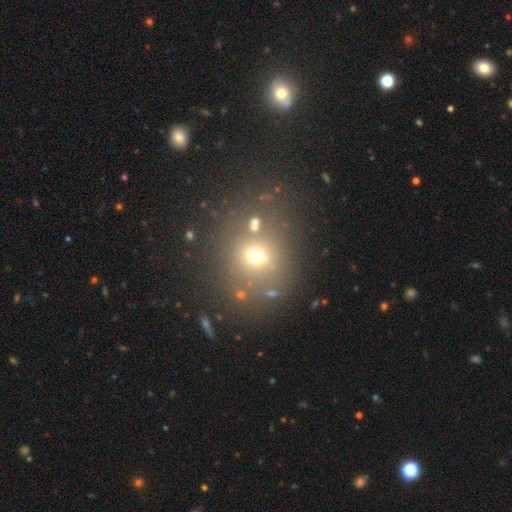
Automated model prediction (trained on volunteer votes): Smooth or featured?
  - smooth: 63% *
  - star or artifact: 23%
  - featured or disk: 14%
How rounded?
  - round: 78% *
  - in between: 20%
  - cigar-shaped: 1%
Merging?
  - none: 71% *
  - minor disturbance: 12%
  - merger: 10%
  - major disturbance: 7%